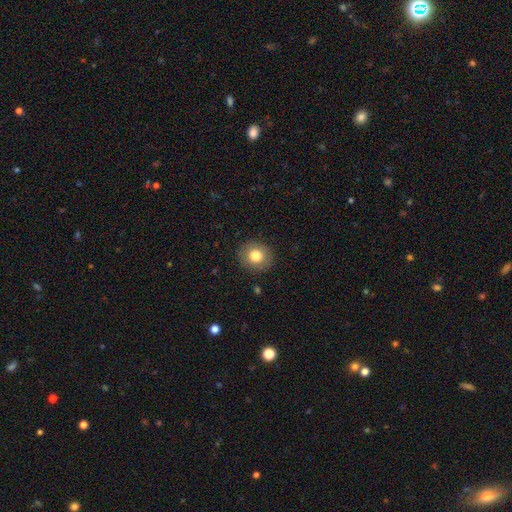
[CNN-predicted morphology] A smooth galaxy with no disk features (79%) that is round (79%).

Vote fractions:
- Smooth or featured? smooth: 79% / featured or disk: 12% / star or artifact: 9%
- How rounded? round: 79% / in between: 20% / cigar-shaped: 1%
- Merging? none: 88% / minor disturbance: 8% / major disturbance: 3% / merger: 1%